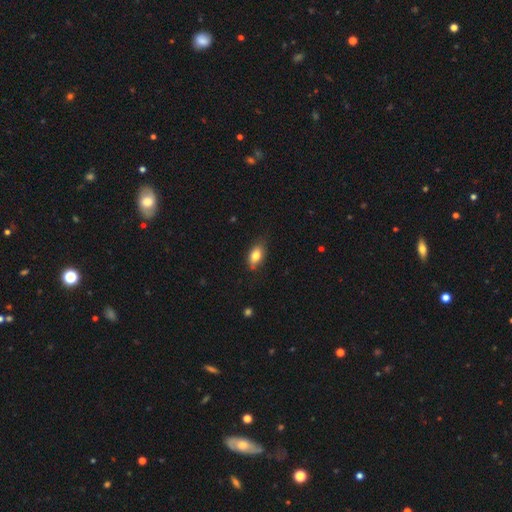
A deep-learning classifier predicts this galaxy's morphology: smooth_or_featured: smooth (p=0.79) [alt: featured or disk p=0.13]
how_rounded: in between (p=0.85) [alt: round p=0.09]
merging: none (p=0.73) [alt: minor disturbance p=0.22]